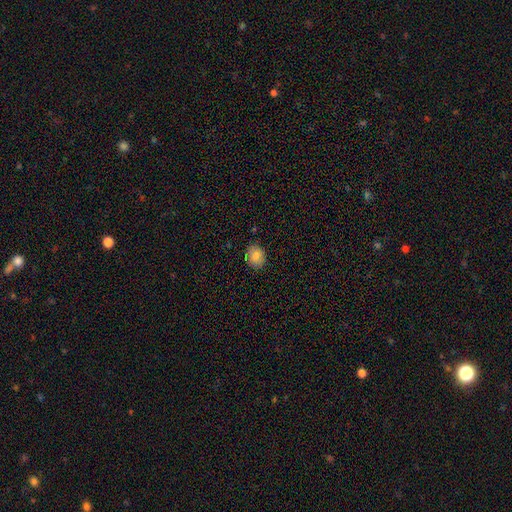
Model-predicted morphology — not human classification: This is clearly a smooth galaxy (81%). How rounded: possibly round (53%). Merging: clearly none (85%).